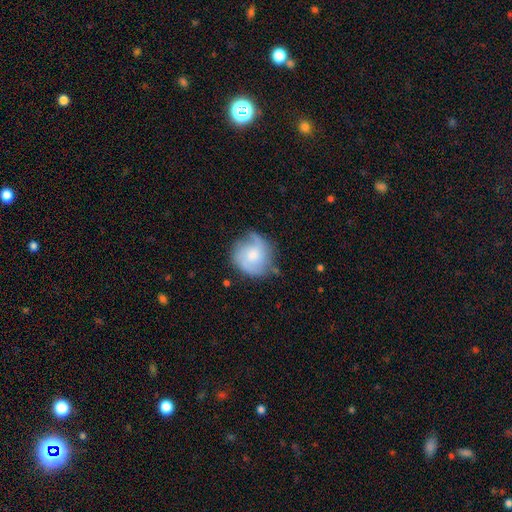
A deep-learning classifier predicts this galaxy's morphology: A featured or disk galaxy (52%) with no bar (67%), spiral arms (84%) and a moderate central bulge (46%). Merging: none (61%).